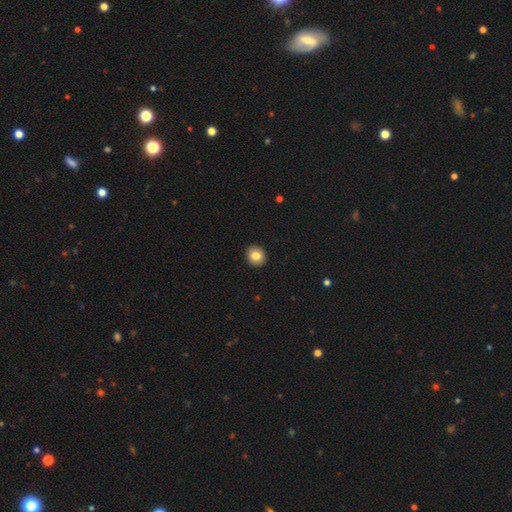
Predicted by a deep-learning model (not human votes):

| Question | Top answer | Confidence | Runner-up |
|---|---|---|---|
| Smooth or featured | smooth | 84% | star or artifact (8%) |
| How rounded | round | 82% | in between (17%) |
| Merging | none | 93% | minor disturbance (5%) |